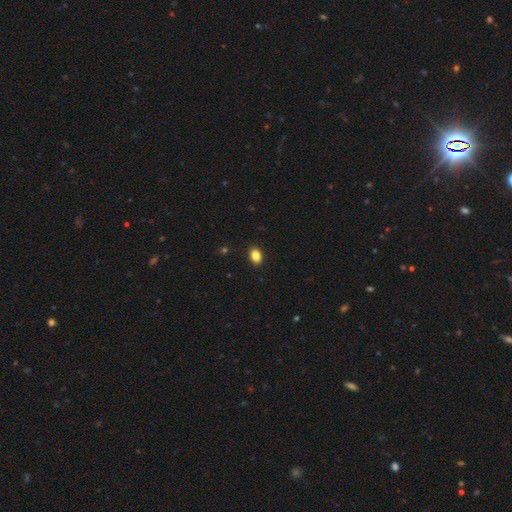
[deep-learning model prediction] Morphology: type=smooth (85%); roundness=in between (79%); merging=none (90%).